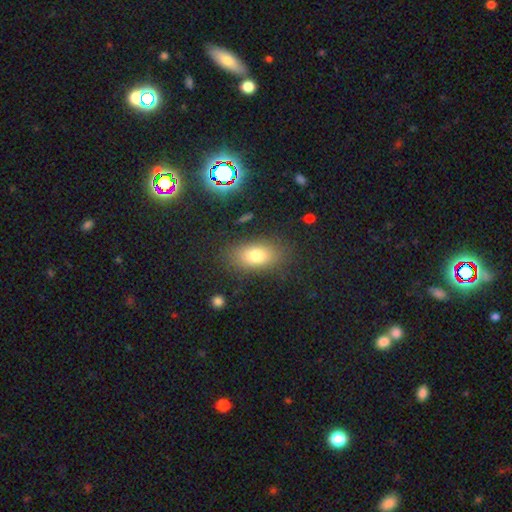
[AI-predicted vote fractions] Overall: smooth (77%). How rounded: in between (86%). Merging: none (82%).